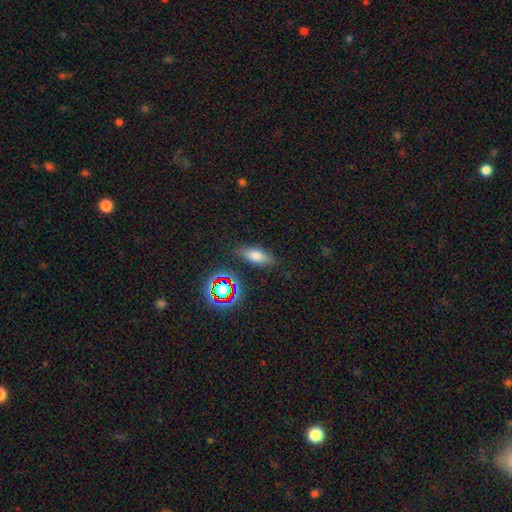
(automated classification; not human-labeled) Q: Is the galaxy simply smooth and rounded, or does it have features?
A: smooth — 70%.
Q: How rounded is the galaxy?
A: in between — 77%.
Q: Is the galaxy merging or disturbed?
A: none — 80%.